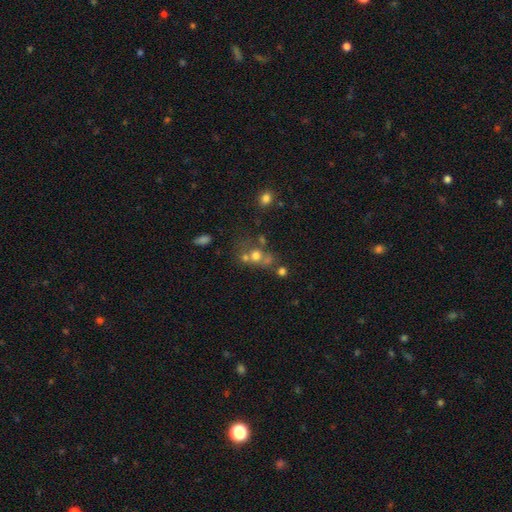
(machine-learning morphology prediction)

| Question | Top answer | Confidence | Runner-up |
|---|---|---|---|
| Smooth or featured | smooth | 52% | featured or disk (25%) |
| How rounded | round | 70% | in between (28%) |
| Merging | merger | 46% | none (35%) |